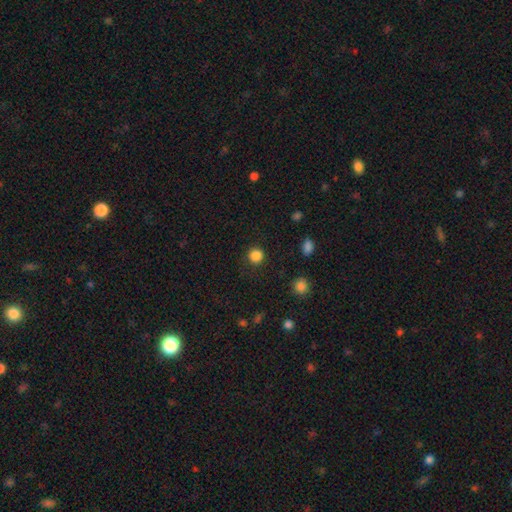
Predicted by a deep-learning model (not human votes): A smooth galaxy with no disk features (85%) that is round (92%). Merging: none (88%).